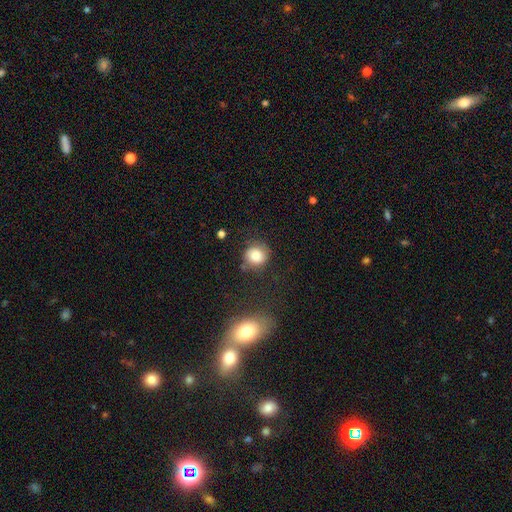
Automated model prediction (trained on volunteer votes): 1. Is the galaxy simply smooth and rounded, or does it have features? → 76% smooth, 14% featured or disk, 10% star or artifact.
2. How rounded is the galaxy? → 84% round, 15% in between, 1% cigar-shaped.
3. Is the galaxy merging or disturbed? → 68% none, 20% minor disturbance, 8% major disturbance, 4% merger.